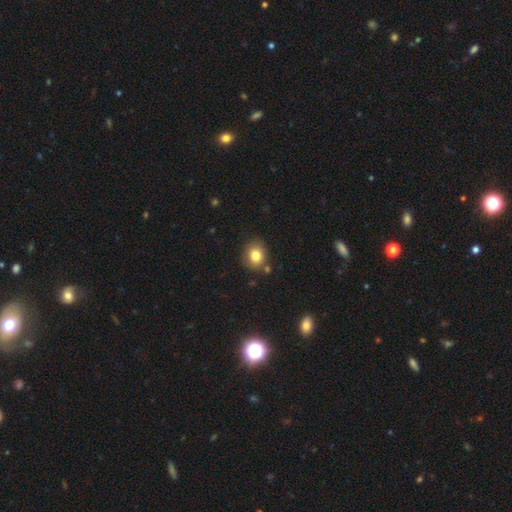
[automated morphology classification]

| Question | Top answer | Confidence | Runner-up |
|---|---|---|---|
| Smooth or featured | smooth | 81% | star or artifact (10%) |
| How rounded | round | 64% | in between (35%) |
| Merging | none | 79% | minor disturbance (12%) |